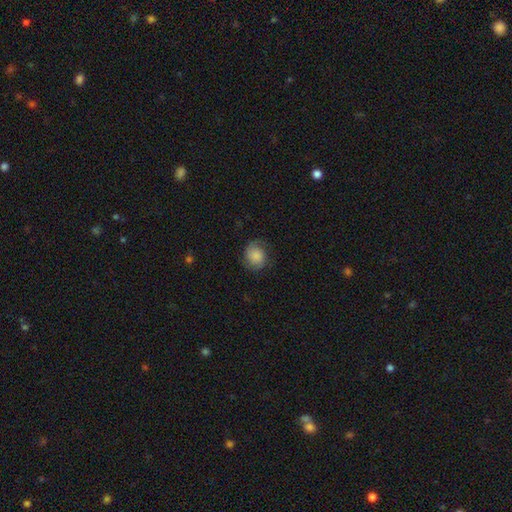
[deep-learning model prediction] smooth_or_featured: smooth (p=0.64) [alt: featured or disk p=0.27]
how_rounded: round (p=0.75) [alt: in between p=0.24]
merging: none (p=0.73) [alt: minor disturbance p=0.18]